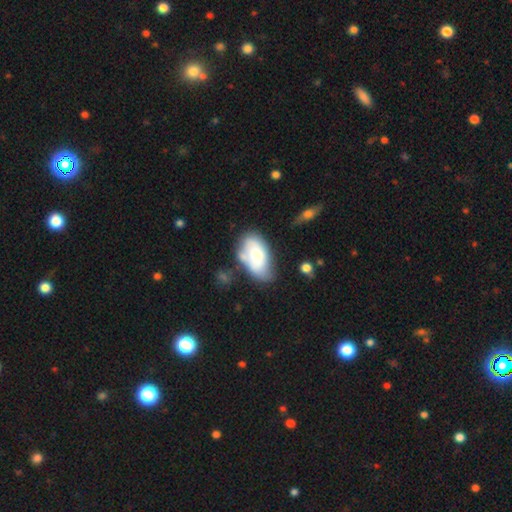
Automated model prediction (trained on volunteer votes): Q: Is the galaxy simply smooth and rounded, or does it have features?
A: smooth — 59%.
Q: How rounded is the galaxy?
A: in between — 93%.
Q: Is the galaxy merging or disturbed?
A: none — 36%.